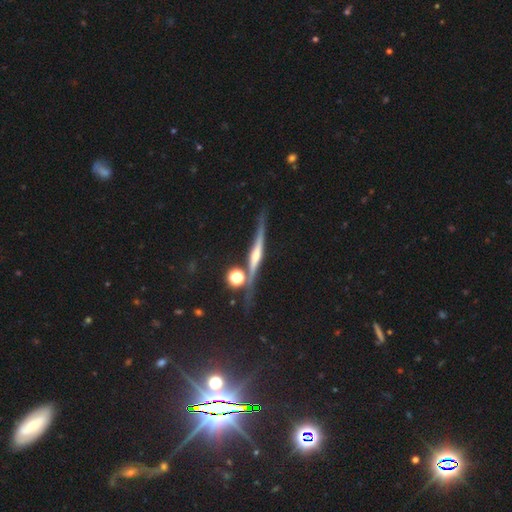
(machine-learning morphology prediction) Smooth or featured: featured or disk — 74% (smooth — 14%)
Edge-on disk: yes — 96% (no — 4%)
Edge-on bulge: rounded — 75% (none — 13%)
Merging: none — 76% (minor disturbance — 13%)